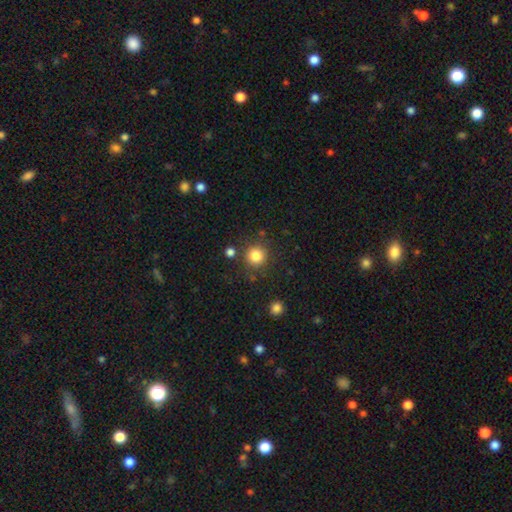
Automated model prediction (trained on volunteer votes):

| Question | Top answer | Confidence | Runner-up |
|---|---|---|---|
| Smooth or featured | smooth | 84% | star or artifact (11%) |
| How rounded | round | 94% | in between (6%) |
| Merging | none | 84% | minor disturbance (8%) |